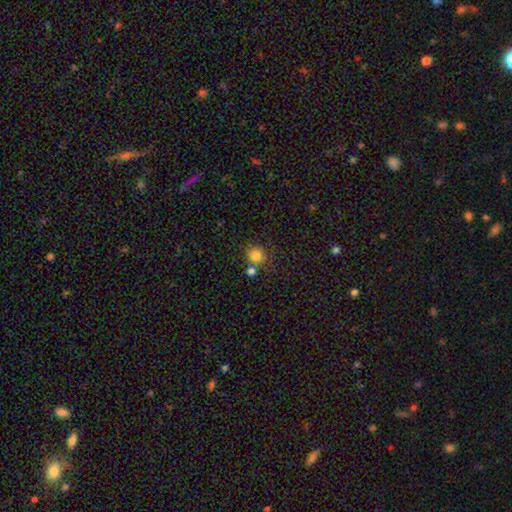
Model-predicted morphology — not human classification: Smooth or featured?
  - smooth: 83% *
  - star or artifact: 12%
  - featured or disk: 6%
How rounded?
  - round: 83% *
  - in between: 16%
  - cigar-shaped: 1%
Merging?
  - none: 65% *
  - merger: 19%
  - minor disturbance: 12%
  - major disturbance: 5%